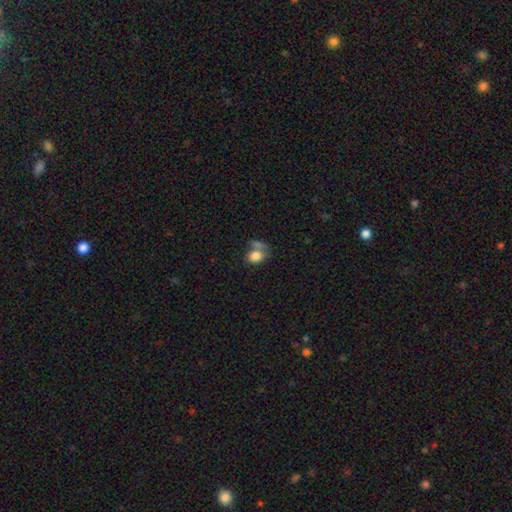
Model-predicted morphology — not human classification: smooth-or-featured: smooth: 81% | featured or disk: 10% | star or artifact: 9%
  how-rounded: in between: 53% | round: 46% | cigar-shaped: 1%
  merging: none: 39% | merger: 34% | minor disturbance: 15% | major disturbance: 11%